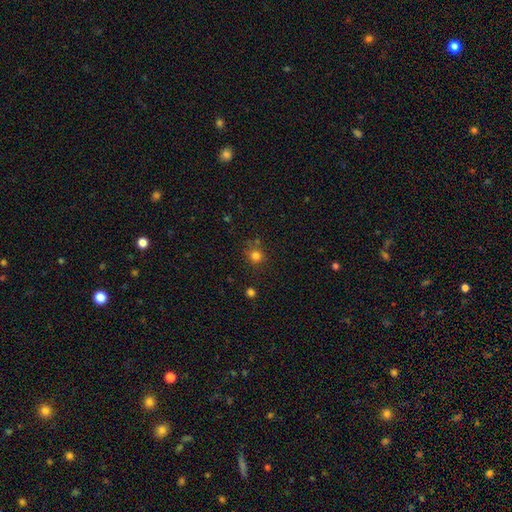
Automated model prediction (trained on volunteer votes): This appears to be a smooth galaxy with no disk features (79%) that is round (88%). Merging: none (73%).